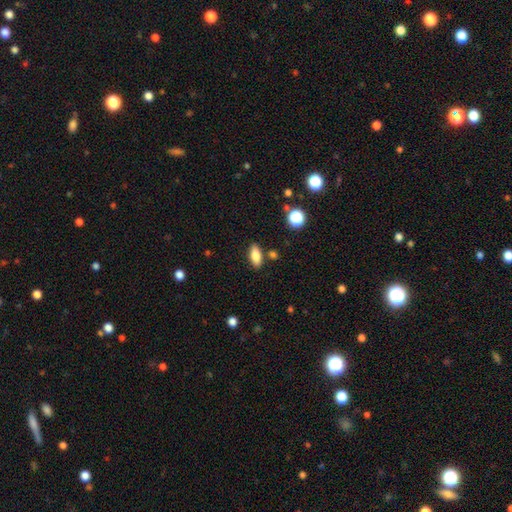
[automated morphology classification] A smooth galaxy with no disk features (80%) that is in between round and cigar-shaped (82%). Merging: none (83%).